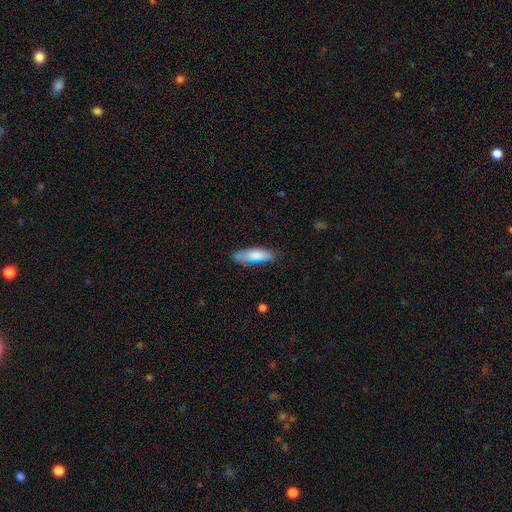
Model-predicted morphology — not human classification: This appears to be a smooth galaxy with no disk features (82%) that is cigar-shaped (49%, tied with in between). Merging: none (75%).